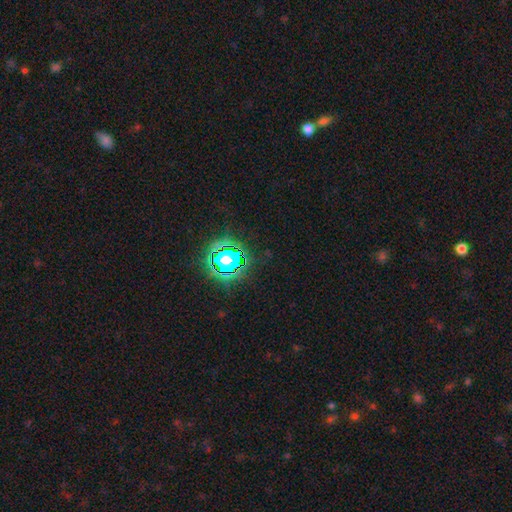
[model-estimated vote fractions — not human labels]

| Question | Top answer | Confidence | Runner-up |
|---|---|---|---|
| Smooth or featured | star or artifact | 79% | smooth (14%) |